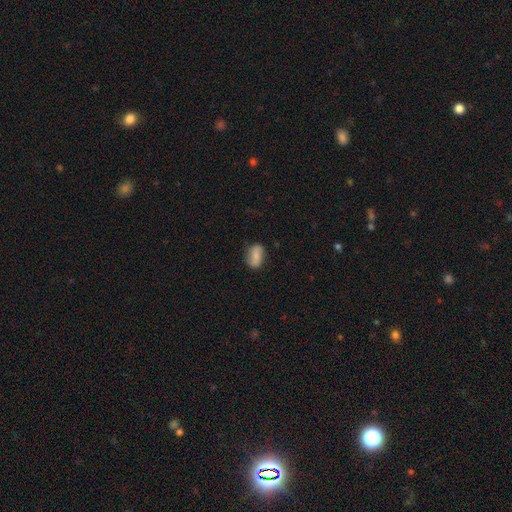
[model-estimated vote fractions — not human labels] Morphology: type=smooth (66%); roundness=in between (83%); merging=none (77%).